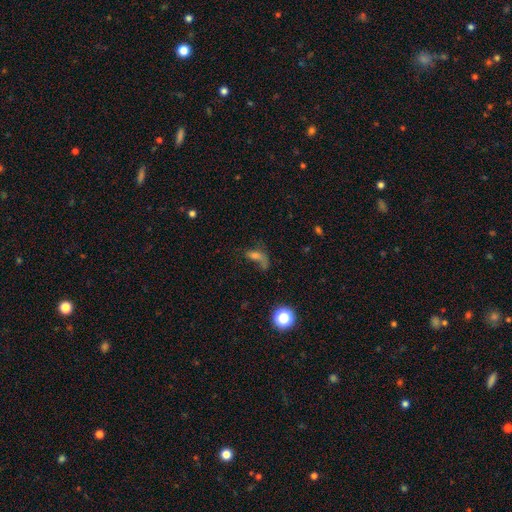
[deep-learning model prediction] Smooth or featured?
  - smooth: 45% *
  - featured or disk: 30%
  - star or artifact: 25%
Merging?
  - major disturbance: 41% *
  - none: 30%
  - minor disturbance: 16%
  - merger: 12%